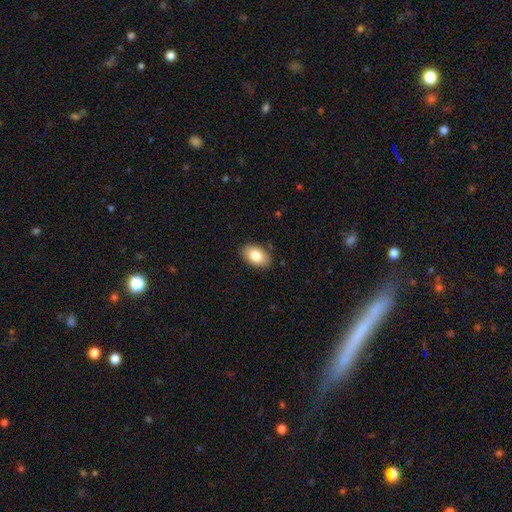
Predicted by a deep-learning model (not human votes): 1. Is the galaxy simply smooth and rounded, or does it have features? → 83% smooth, 10% featured or disk, 7% star or artifact.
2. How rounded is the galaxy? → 91% in between, 8% round, 1% cigar-shaped.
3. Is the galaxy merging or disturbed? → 87% none, 10% minor disturbance, 2% major disturbance, 1% merger.